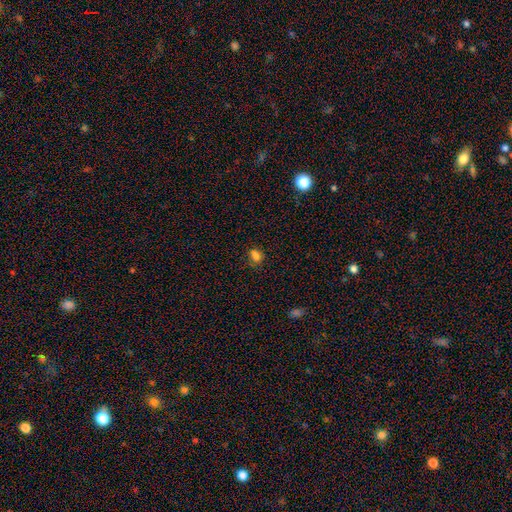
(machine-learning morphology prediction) smooth_or_featured: smooth (p=0.70) [alt: star or artifact p=0.24]
how_rounded: in between (p=0.54) [alt: round p=0.44]
merging: none (p=0.68) [alt: minor disturbance p=0.19]